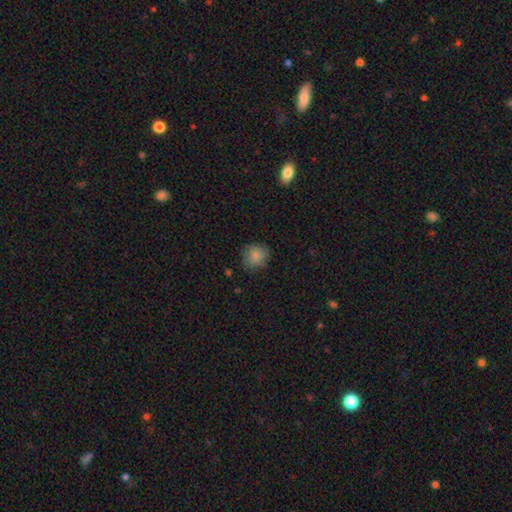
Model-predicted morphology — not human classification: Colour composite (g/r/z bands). It shows a smooth galaxy with no disk features (84%) that is round (80%). Merging: none (78%).